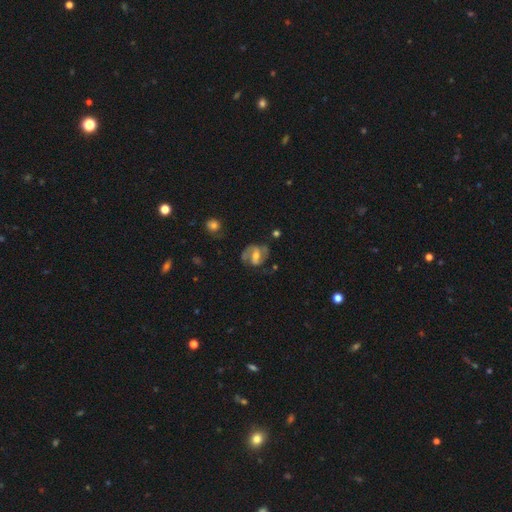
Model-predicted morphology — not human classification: Smooth or featured? featured or disk (79%)
Edge-on disk? no (97%)
Bar? weak (41%, tied with strong)
Spiral arms? yes (92%)
Spiral winding? medium (53%)
Spiral arm count? 2 (84%)
Bulge size? moderate (53%)
Merging? none (67%)